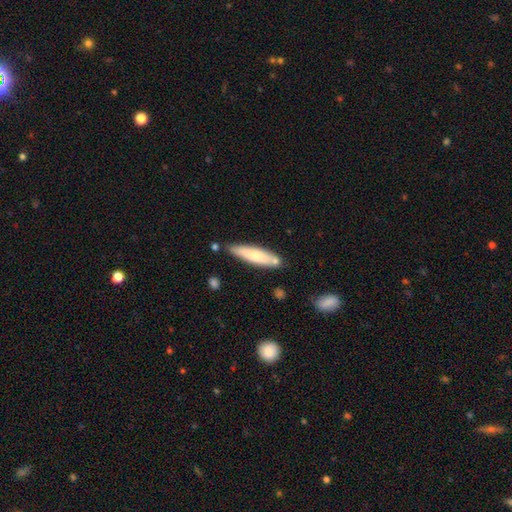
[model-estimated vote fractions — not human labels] Smooth or featured?
  - smooth: 70% *
  - featured or disk: 24%
  - star or artifact: 6%
How rounded?
  - cigar-shaped: 77% *
  - in between: 21%
  - round: 1%
Merging?
  - none: 74% *
  - minor disturbance: 16%
  - merger: 8%
  - major disturbance: 3%